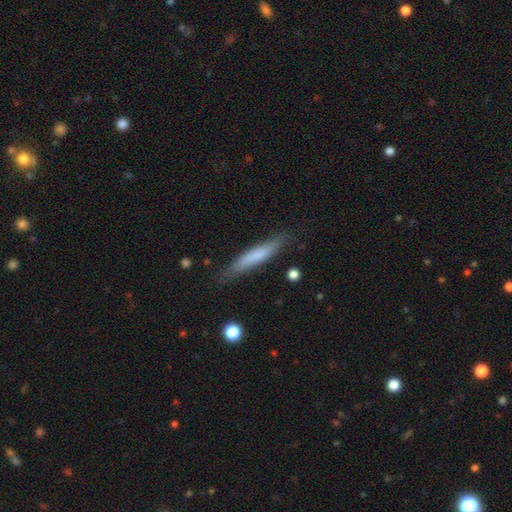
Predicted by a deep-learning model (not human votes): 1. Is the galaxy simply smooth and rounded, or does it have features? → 69% smooth, 26% featured or disk, 6% star or artifact.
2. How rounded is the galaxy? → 92% cigar-shaped, 7% in between, 1% round.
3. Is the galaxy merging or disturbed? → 83% none, 13% minor disturbance, 3% major disturbance, 2% merger.